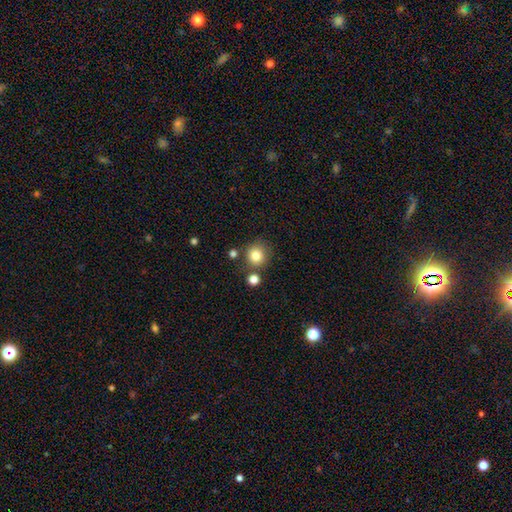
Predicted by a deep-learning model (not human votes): Smooth or featured? smooth (83%)
How rounded? round (91%)
Merging? none (77%)